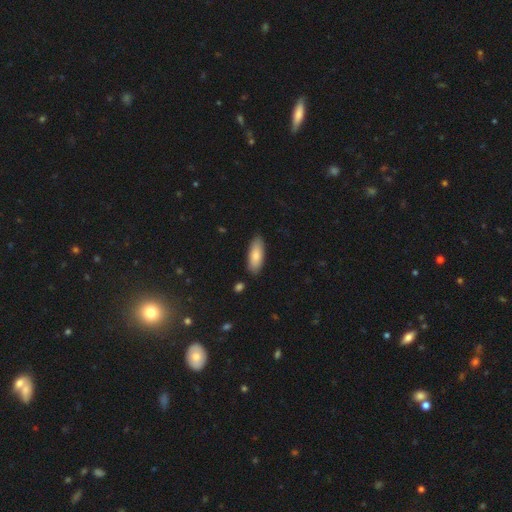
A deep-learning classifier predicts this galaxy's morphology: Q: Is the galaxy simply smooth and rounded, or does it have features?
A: smooth — 83%.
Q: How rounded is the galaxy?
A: in between — 72%.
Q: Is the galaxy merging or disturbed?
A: none — 85%.